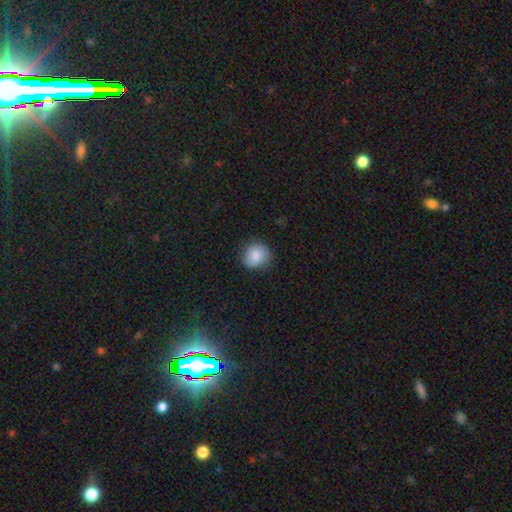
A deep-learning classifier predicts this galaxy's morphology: The model was most divided on "how rounded": round: 81%, in between: 19%, cigar-shaped: 1%. More confident: smooth or featured — smooth (84%); merging — none (80%).